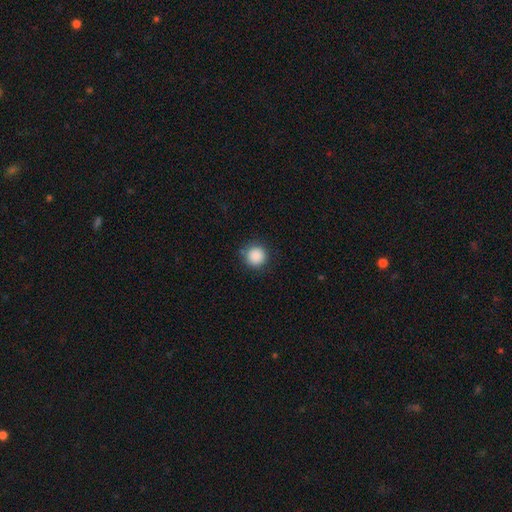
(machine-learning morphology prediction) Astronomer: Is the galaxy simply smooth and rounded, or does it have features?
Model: smooth — 88%.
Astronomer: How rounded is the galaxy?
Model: round — 95%.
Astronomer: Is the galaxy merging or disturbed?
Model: none — 87%.